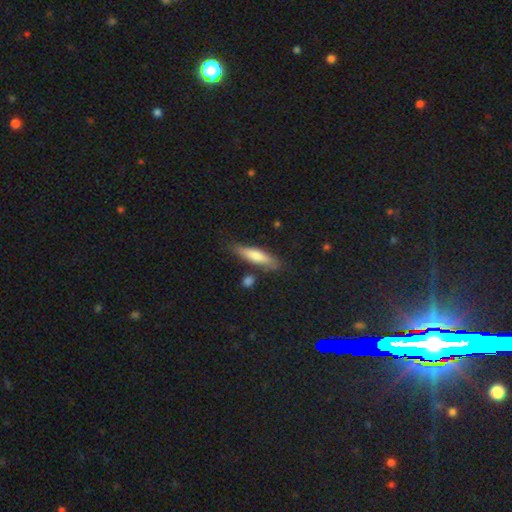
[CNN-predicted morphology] Smooth or featured?
  - smooth: 67% *
  - featured or disk: 27%
  - star or artifact: 6%
How rounded?
  - cigar-shaped: 74% *
  - in between: 25%
  - round: 2%
Merging?
  - none: 77% *
  - minor disturbance: 15%
  - merger: 5%
  - major disturbance: 3%